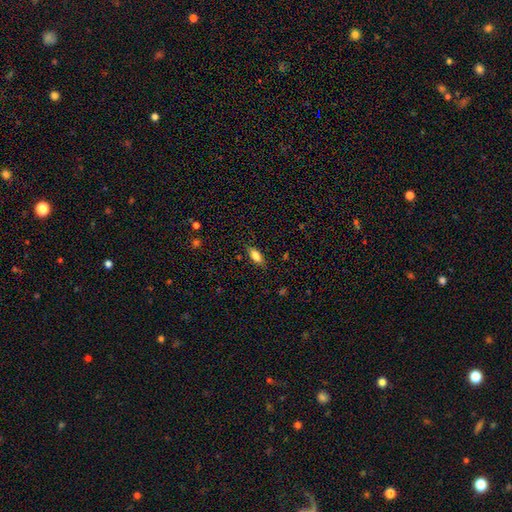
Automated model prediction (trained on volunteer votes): The model was most divided on "how rounded": in between: 77%, cigar-shaped: 20%, round: 3%. More confident: merging — none (83%); smooth or featured — smooth (75%).